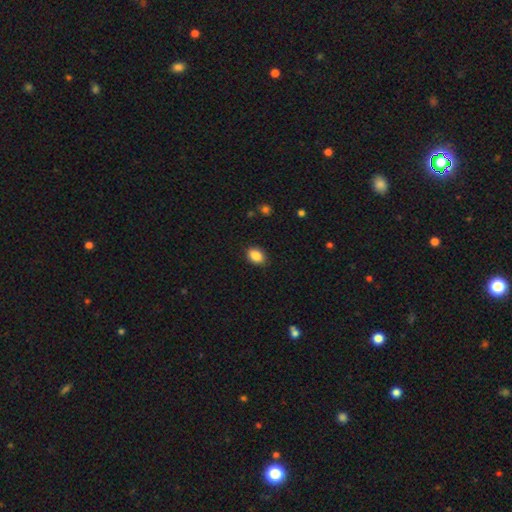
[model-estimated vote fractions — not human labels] This is clearly a smooth galaxy (87%). How rounded: likely in between (71%). Merging: clearly none (88%).